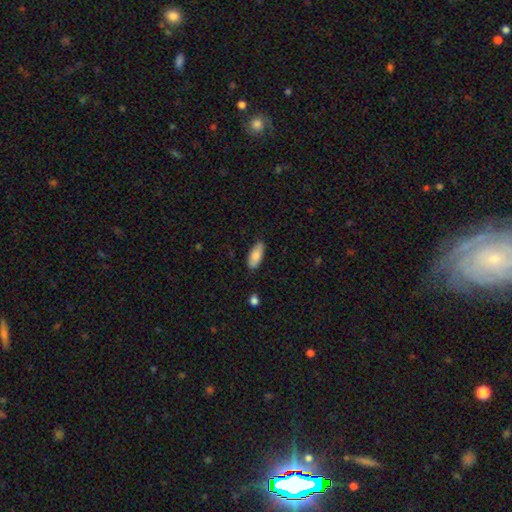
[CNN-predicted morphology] This is clearly a smooth galaxy (84%). How rounded: clearly in between (83%). Merging: clearly none (84%).